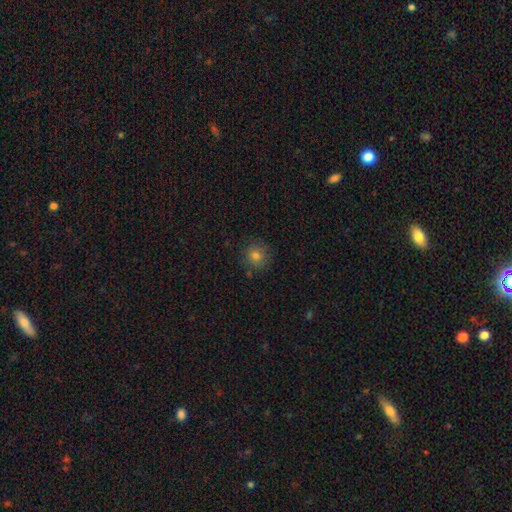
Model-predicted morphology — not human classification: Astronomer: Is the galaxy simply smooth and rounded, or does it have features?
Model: smooth — 78%.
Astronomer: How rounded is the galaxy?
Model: round — 90%.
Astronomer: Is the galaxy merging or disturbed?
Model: none — 84%.